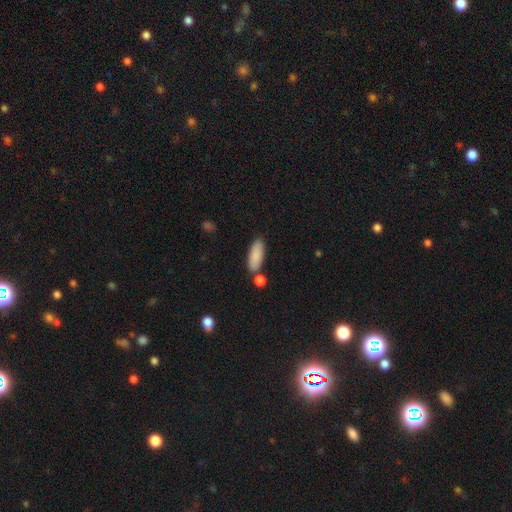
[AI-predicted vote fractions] Smooth or featured: smooth — 87% (featured or disk — 7%)
How rounded: in between — 73% (cigar-shaped — 25%)
Merging: none — 73% (minor disturbance — 12%)